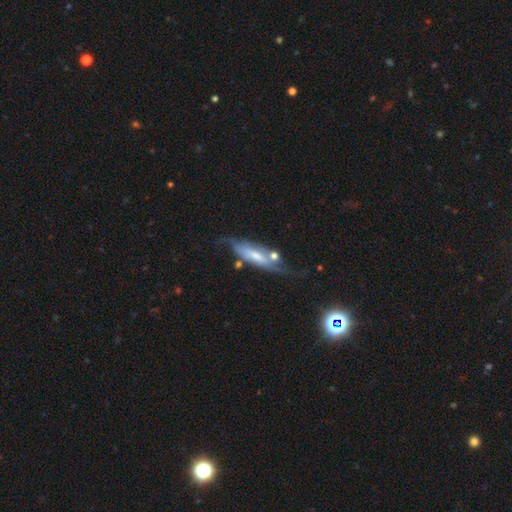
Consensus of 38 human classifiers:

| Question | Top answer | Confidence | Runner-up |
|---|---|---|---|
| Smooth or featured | featured or disk | 76% | smooth (21%) |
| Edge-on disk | no | 69% | yes (31%) |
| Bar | weak | 50% | no (40%) |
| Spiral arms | yes | 80% | no (20%) |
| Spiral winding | loose | 44% | medium (38%) |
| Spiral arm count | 2 | 81% | can't tell (19%) |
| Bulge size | moderate | 50% | small (40%) |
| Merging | none | 41% | major disturbance (27%) |